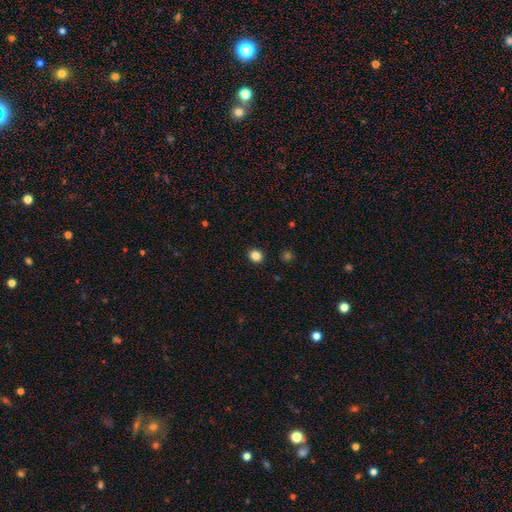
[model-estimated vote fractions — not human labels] A smooth galaxy with no disk features (85%) that is round (74%). Merging: none (91%).